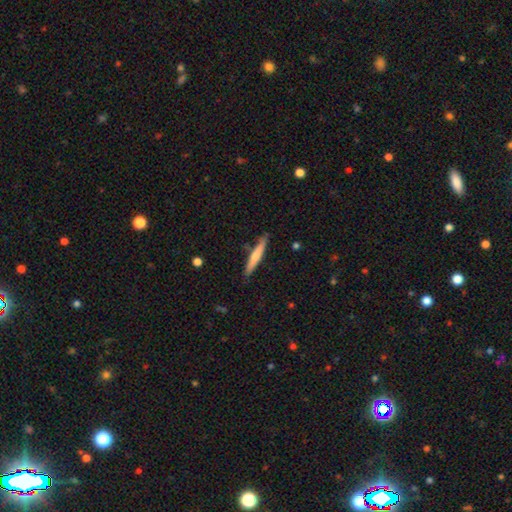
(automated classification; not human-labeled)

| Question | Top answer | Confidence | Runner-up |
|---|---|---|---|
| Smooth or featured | smooth | 58% | featured or disk (37%) |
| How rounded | cigar-shaped | 94% | in between (5%) |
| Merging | none | 85% | minor disturbance (11%) |